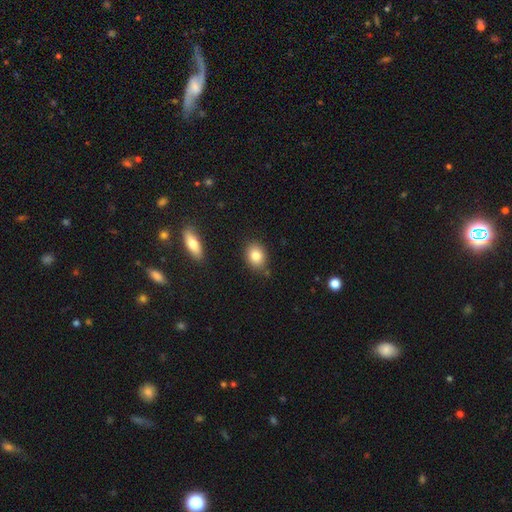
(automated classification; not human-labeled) Smooth or featured? Predicted: smooth (p=0.83). How rounded? Predicted: in between (p=0.59). Merging? Predicted: none (p=0.82).